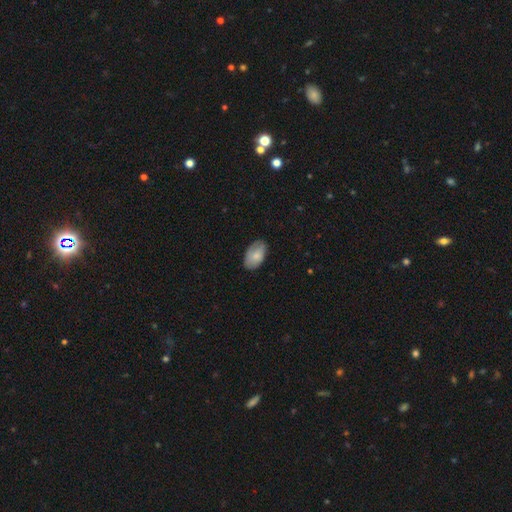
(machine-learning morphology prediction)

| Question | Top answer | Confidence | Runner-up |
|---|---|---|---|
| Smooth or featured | smooth | 76% | featured or disk (18%) |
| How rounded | in between | 92% | round (6%) |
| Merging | none | 72% | minor disturbance (22%) |